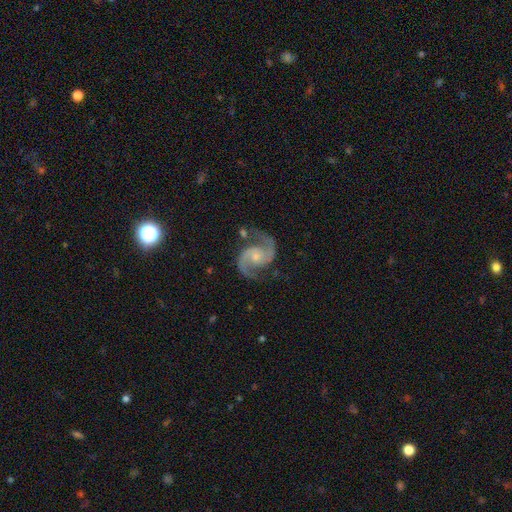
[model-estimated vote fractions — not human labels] Morphology: type=featured or disk (93%); edge-on=no (98%); bar=no (65%); spiral arms=yes (98%); winding=medium (63%); arm count=2 (94%); bulge=small (48%); merging=none (76%).